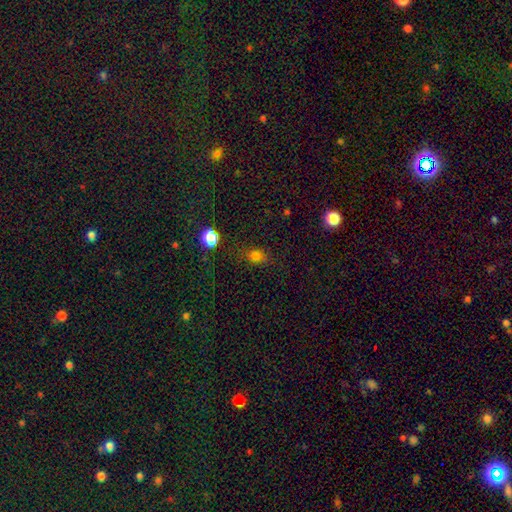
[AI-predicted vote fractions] smooth_or_featured: smooth (p=0.76) [alt: star or artifact p=0.18]
how_rounded: round (p=0.50) [alt: in between p=0.48]
merging: none (p=0.76) [alt: minor disturbance p=0.16]